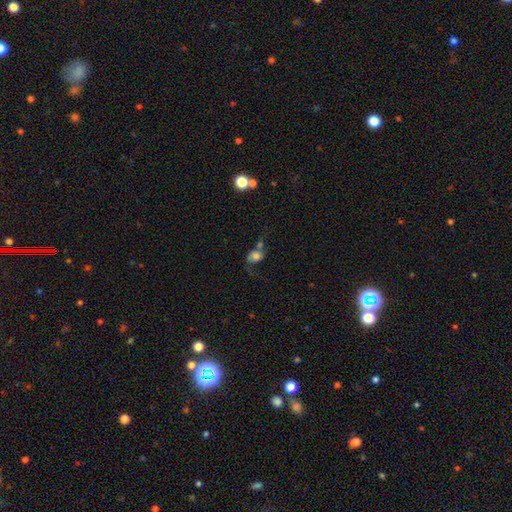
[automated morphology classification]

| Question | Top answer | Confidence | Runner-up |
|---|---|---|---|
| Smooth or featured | smooth | 58% | featured or disk (29%) |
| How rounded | in between | 54% | round (43%) |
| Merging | major disturbance | 30% | merger (27%) |